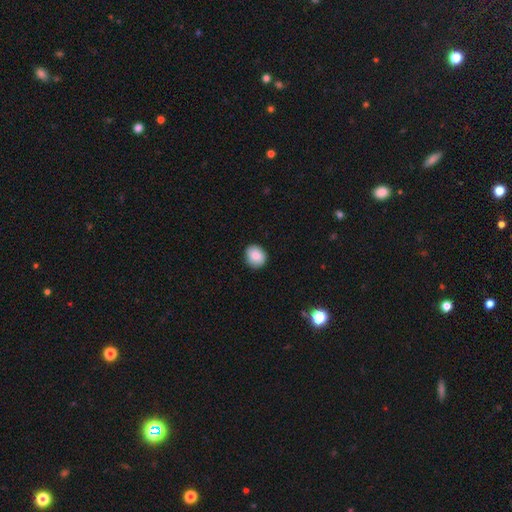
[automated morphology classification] The model was most divided on "how rounded": round: 69%, in between: 30%, cigar-shaped: 1%. More confident: smooth or featured — smooth (87%); merging — none (86%).